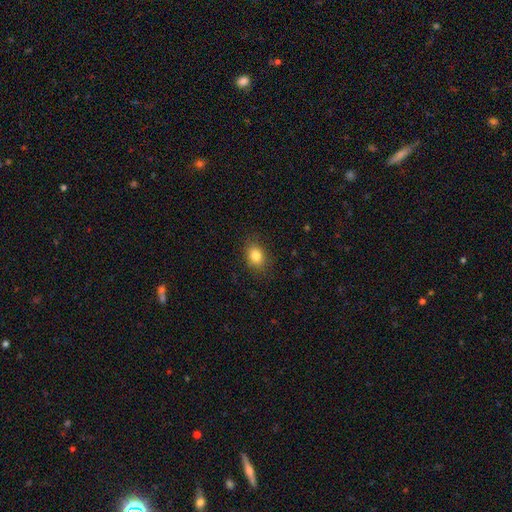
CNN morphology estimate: Smooth or featured: smooth — 83% (star or artifact — 10%)
How rounded: in between — 67% (round — 32%)
Merging: none — 85% (minor disturbance — 11%)